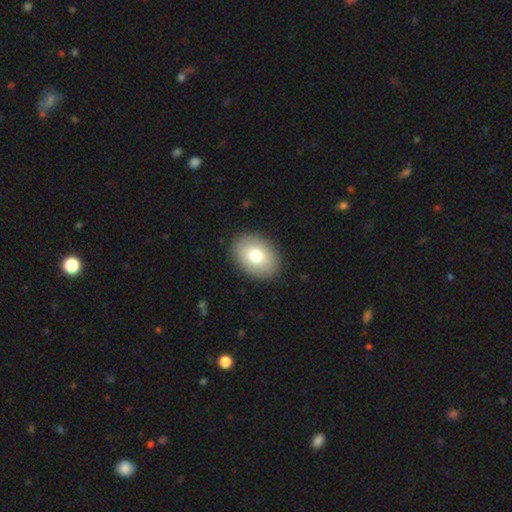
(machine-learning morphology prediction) The model was most divided on "how rounded": in between: 75%, round: 24%, cigar-shaped: 1%. More confident: merging — none (89%); smooth or featured — smooth (75%).